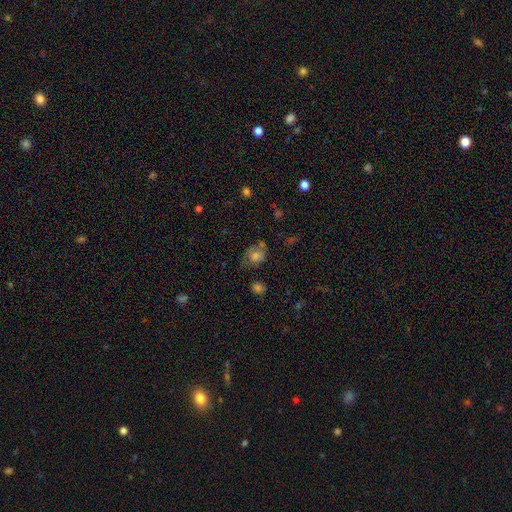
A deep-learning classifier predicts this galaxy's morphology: Smooth or featured? Predicted: smooth (p=0.61). How rounded? Predicted: round (p=0.52). Merging? Predicted: none (p=0.53).